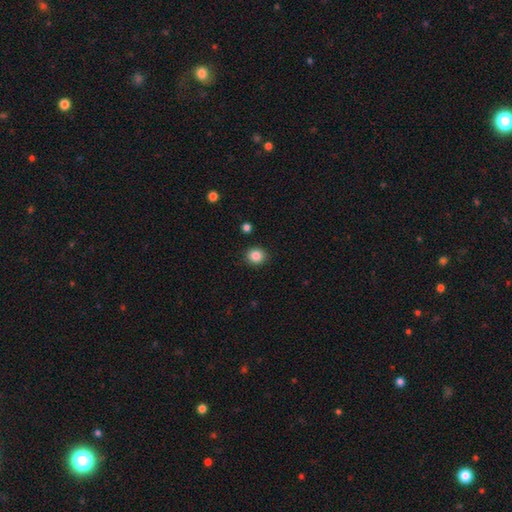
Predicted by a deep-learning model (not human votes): Smooth or featured?
  - smooth: 86% *
  - star or artifact: 10%
  - featured or disk: 4%
How rounded?
  - round: 83% *
  - in between: 17%
  - cigar-shaped: 1%
Merging?
  - none: 90% *
  - minor disturbance: 7%
  - major disturbance: 2%
  - merger: 2%